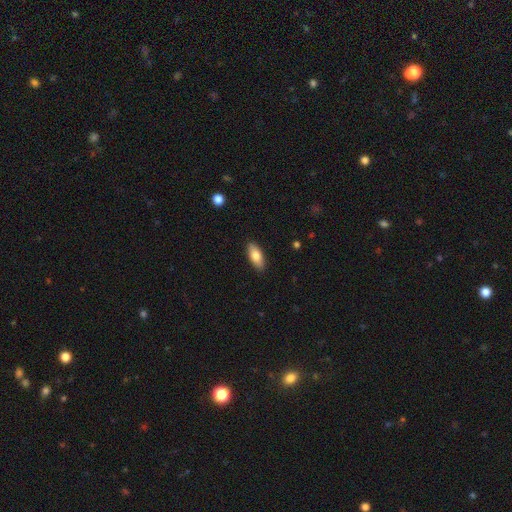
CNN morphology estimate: Smooth or featured? Predicted: smooth (p=0.79). How rounded? Predicted: in between (p=0.84). Merging? Predicted: none (p=0.89).